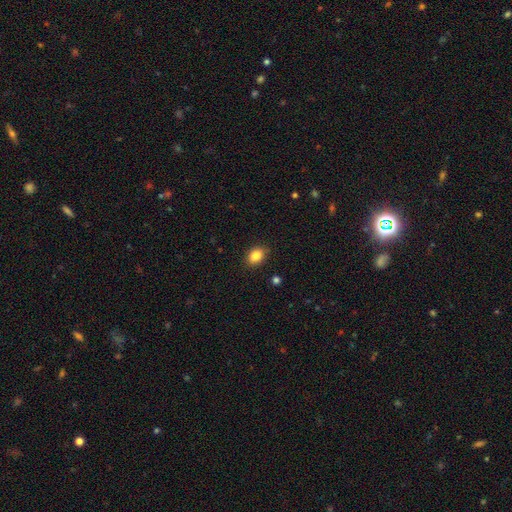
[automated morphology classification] Overall: smooth (86%). How rounded: in between (72%). Merging: none (88%).